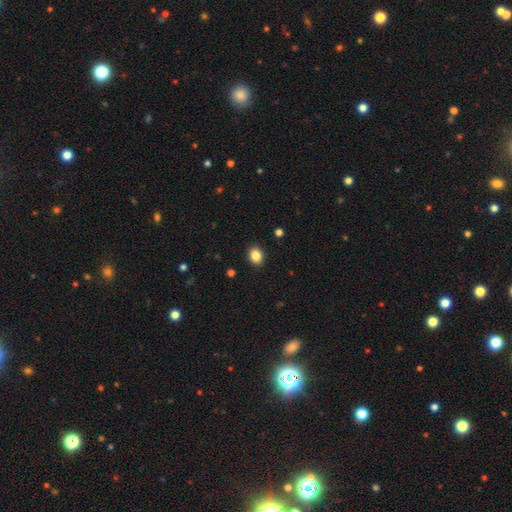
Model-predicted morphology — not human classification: A smooth galaxy with no disk features (86%) that is in between round and cigar-shaped (50%). Merging: none (91%).